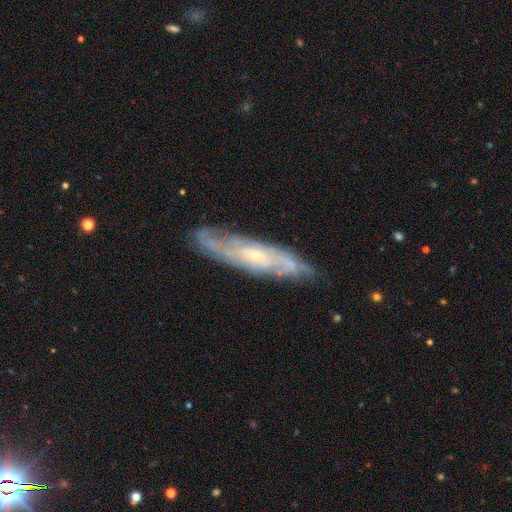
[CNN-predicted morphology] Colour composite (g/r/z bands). It shows a featured or disk galaxy (81%) with no bar (64%), tight (53%) spiral arms (92%) and a small central bulge (74%). Merging: none (78%).